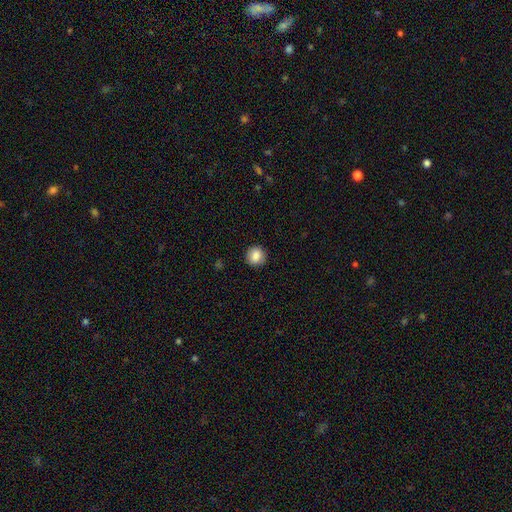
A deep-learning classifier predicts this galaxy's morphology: Smooth or featured? smooth (86%)
How rounded? round (91%)
Merging? none (91%)